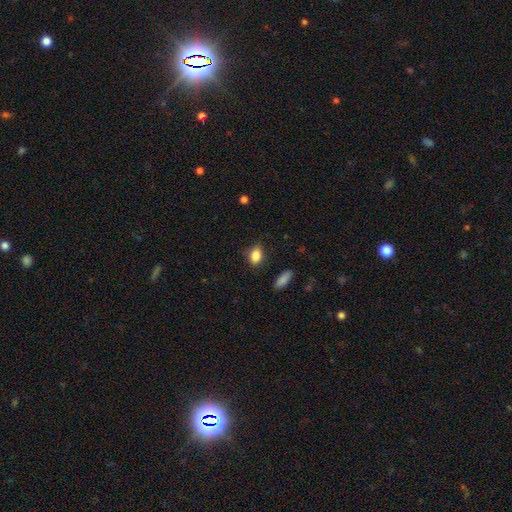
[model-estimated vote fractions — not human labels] Morphology: type=smooth (86%); roundness=in between (77%); merging=none (81%).